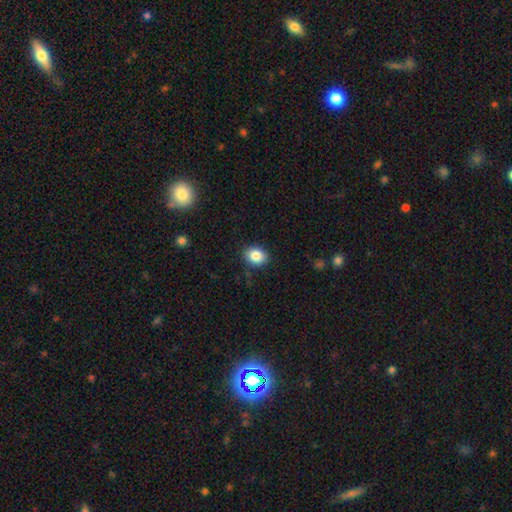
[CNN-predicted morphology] Smooth or featured? Predicted: smooth (p=0.85). How rounded? Predicted: in between (p=0.53). Merging? Predicted: none (p=0.88).